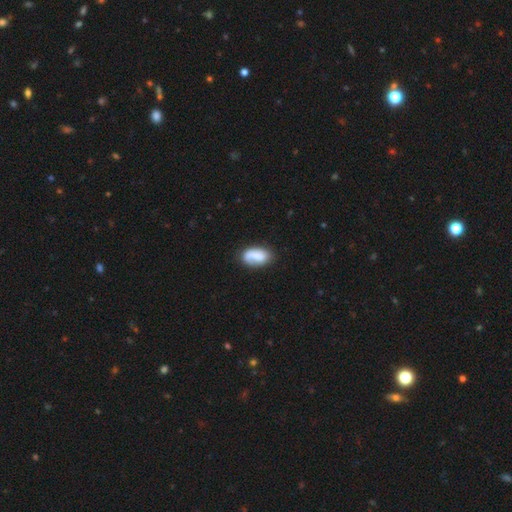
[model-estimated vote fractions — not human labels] Morphology: type=smooth (65%); roundness=in between (91%); merging=none (65%).